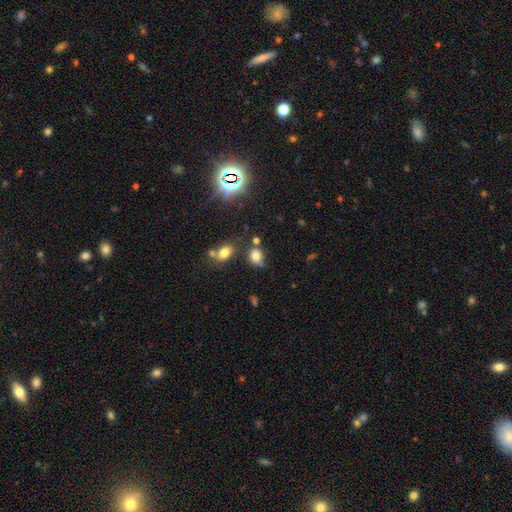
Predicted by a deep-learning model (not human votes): This appears to be a smooth galaxy with no disk features (75%) that is in between round and cigar-shaped (57%). Merging: none (56%).